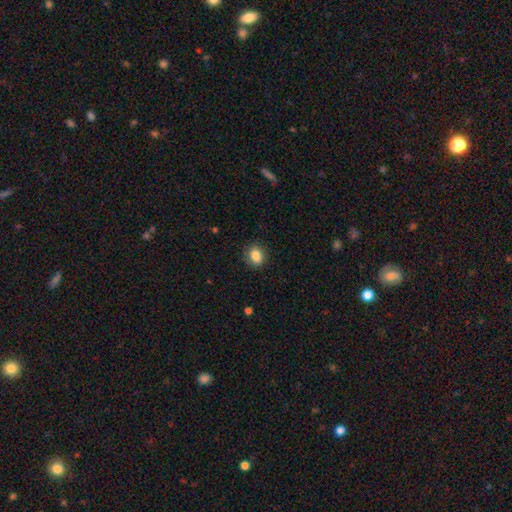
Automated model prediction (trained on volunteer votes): smooth-or-featured: smooth: 87% | star or artifact: 9% | featured or disk: 5%
  how-rounded: in between: 53% | round: 46% | cigar-shaped: 1%
  merging: none: 83% | minor disturbance: 13% | major disturbance: 3% | merger: 1%